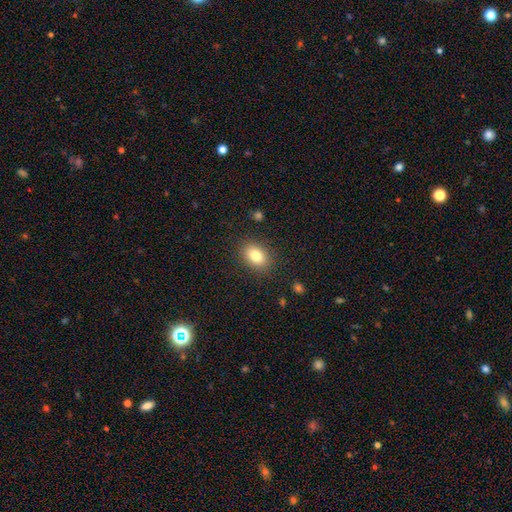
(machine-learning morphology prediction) smooth 81%, featured or disk 10%, star or artifact 10%. Down the decision tree: how rounded — in between (74%); merging — none (87%).